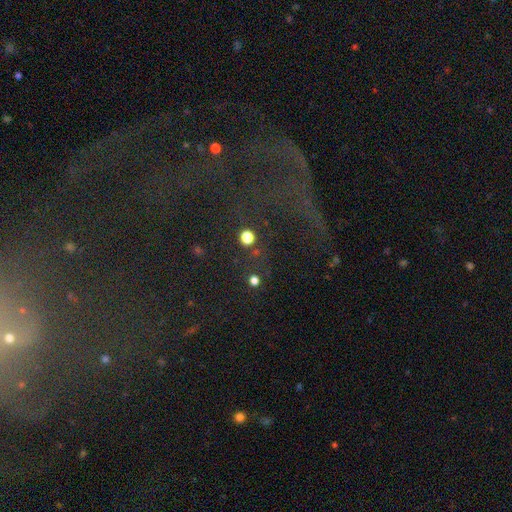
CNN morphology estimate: Smooth or featured? star or artifact (70%)